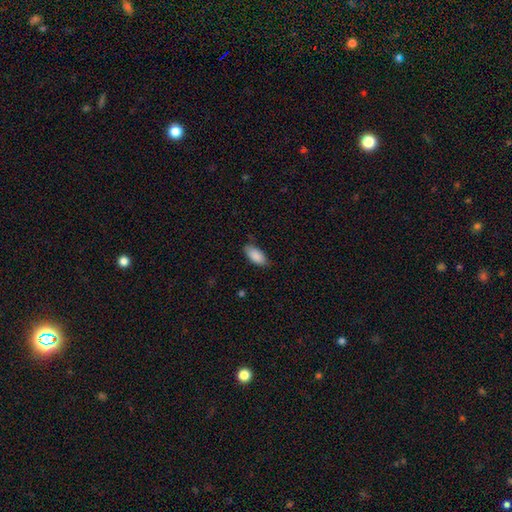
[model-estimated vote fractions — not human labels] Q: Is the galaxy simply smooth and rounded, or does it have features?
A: smooth — 89%.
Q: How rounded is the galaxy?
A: in between — 90%.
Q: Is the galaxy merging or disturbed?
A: none — 79%.